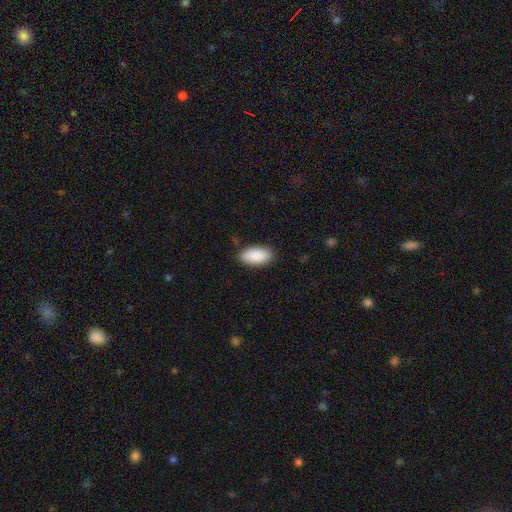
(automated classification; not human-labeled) smooth_or_featured: smooth (p=0.90) [alt: star or artifact p=0.06]
how_rounded: in between (p=0.94) [alt: cigar-shaped p=0.04]
merging: none (p=0.86) [alt: minor disturbance p=0.11]